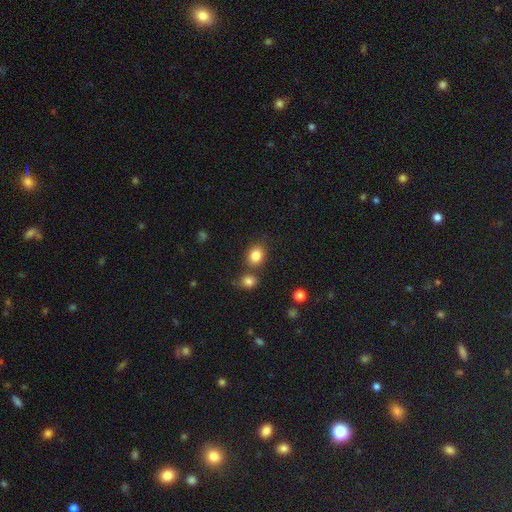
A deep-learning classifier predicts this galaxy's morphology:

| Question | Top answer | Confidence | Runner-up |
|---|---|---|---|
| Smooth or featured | smooth | 84% | star or artifact (10%) |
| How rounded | in between | 50% | round (49%) |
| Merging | none | 64% | merger (20%) |